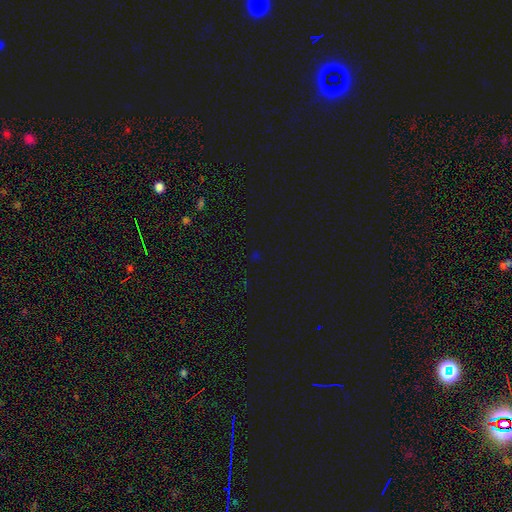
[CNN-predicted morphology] A star or artifact, not a galaxy (72%).

Vote fractions:
- Smooth or featured? star or artifact: 72% / smooth: 21% / featured or disk: 6%